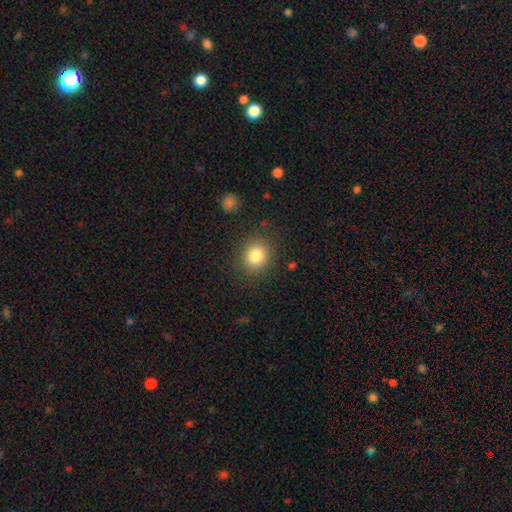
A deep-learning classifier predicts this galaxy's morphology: Smooth or featured?
  - smooth: 83% *
  - star or artifact: 10%
  - featured or disk: 7%
How rounded?
  - round: 74% *
  - in between: 25%
  - cigar-shaped: 1%
Merging?
  - none: 85% *
  - minor disturbance: 9%
  - major disturbance: 4%
  - merger: 1%